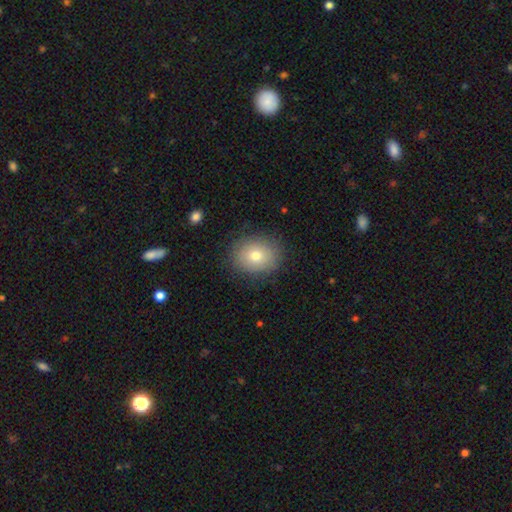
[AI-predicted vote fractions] The model was most divided on "how rounded": round: 59%, in between: 40%, cigar-shaped: 1%. More confident: merging — none (85%); smooth or featured — smooth (74%).